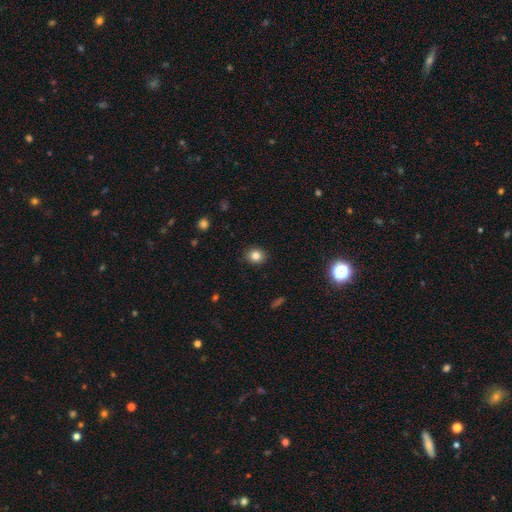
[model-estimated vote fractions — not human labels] The model was most divided on "how rounded": round: 70%, in between: 29%, cigar-shaped: 1%. More confident: merging — none (90%); smooth or featured — smooth (82%).